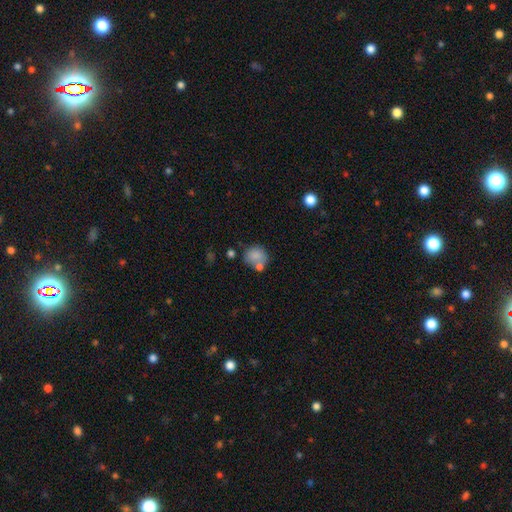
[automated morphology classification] A smooth galaxy with no disk features (79%) that is round (72%).

Vote fractions:
- Smooth or featured? smooth: 79% / featured or disk: 12% / star or artifact: 9%
- How rounded? round: 72% / in between: 27% / cigar-shaped: 1%
- Merging? none: 48% / merger: 27% / minor disturbance: 17% / major disturbance: 7%